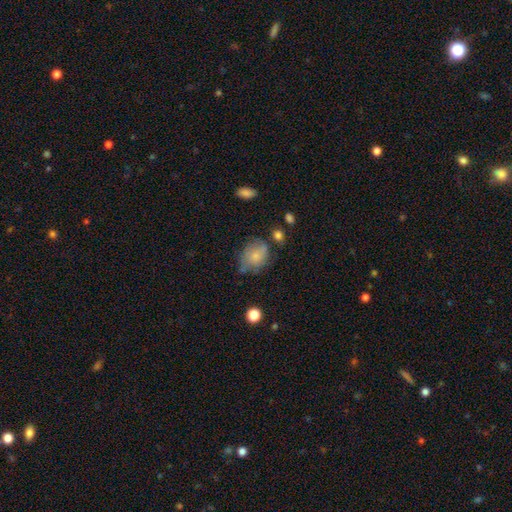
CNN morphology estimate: Q: Smooth or featured?
A: smooth (72%); runner-up: featured or disk (19%)
Q: How rounded?
A: in between (60%); runner-up: round (38%)
Q: Merging?
A: none (50%); runner-up: minor disturbance (32%)